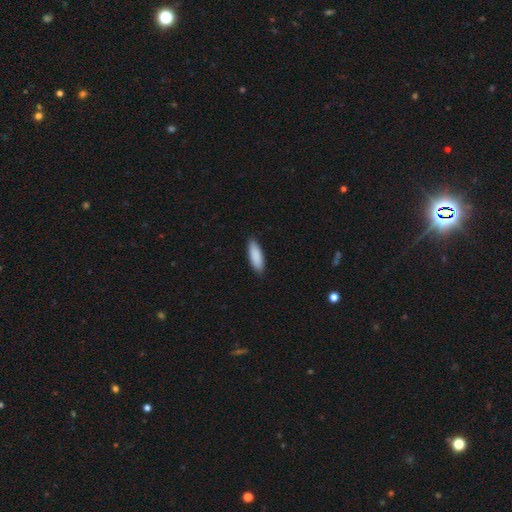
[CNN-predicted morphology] Smooth or featured? smooth (89%)
How rounded? in between (54%)
Merging? none (88%)